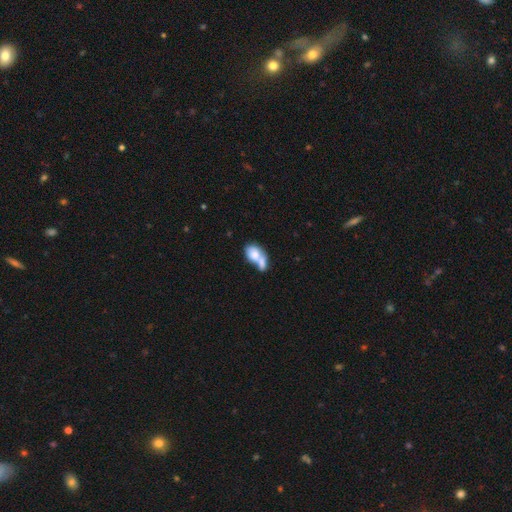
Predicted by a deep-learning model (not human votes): Smooth or featured? Predicted: smooth (p=0.70). How rounded? Predicted: in between (p=0.79). Merging? Predicted: merger (p=0.70).